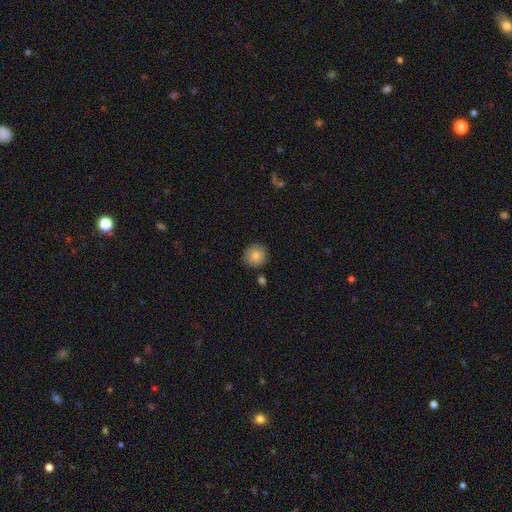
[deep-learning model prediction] smooth-or-featured: smooth: 84% | featured or disk: 8% | star or artifact: 8%
  how-rounded: round: 92% | in between: 7% | cigar-shaped: 1%
  merging: none: 85% | minor disturbance: 10% | merger: 3% | major disturbance: 2%